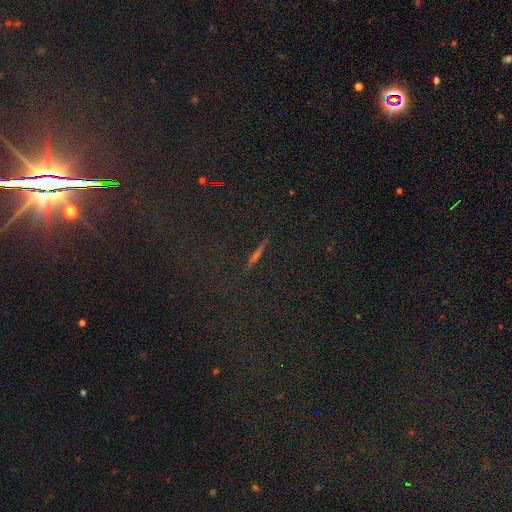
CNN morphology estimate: Smooth or featured: star or artifact — 43% (featured or disk — 34%)